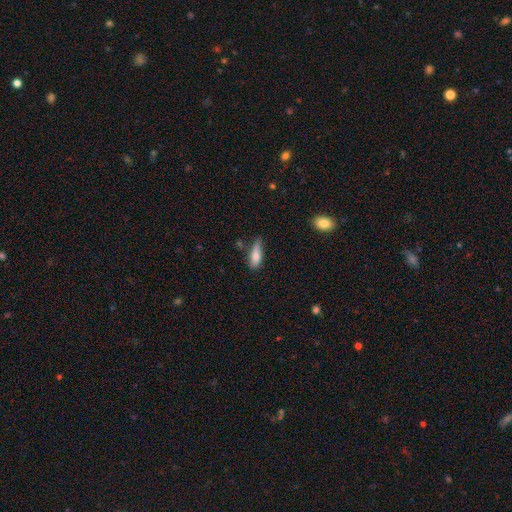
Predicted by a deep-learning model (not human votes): This is likely a smooth galaxy (78%). How rounded: possibly in between (57%). Merging: possibly none (51%).